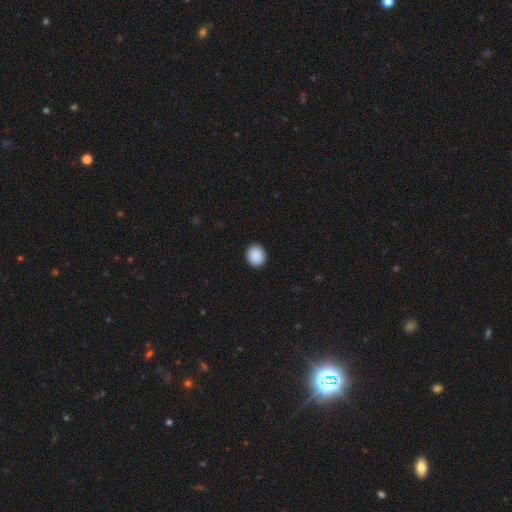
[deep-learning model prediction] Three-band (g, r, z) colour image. It shows a smooth galaxy with no disk features (90%) that is round (72%). Merging: none (91%).